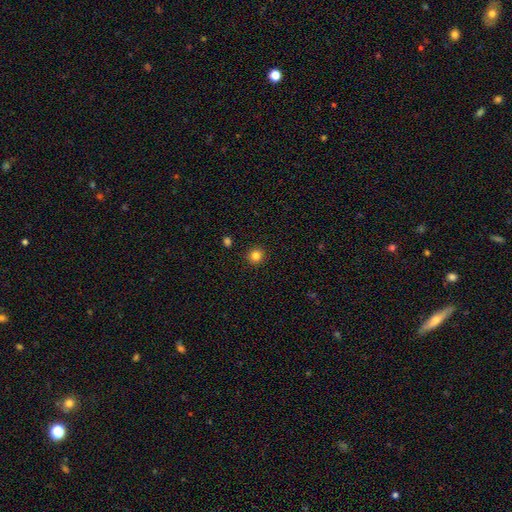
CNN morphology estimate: The model was most divided on "smooth or featured": smooth: 83%, star or artifact: 12%, featured or disk: 4%. More confident: how rounded — round (92%); merging — none (92%).